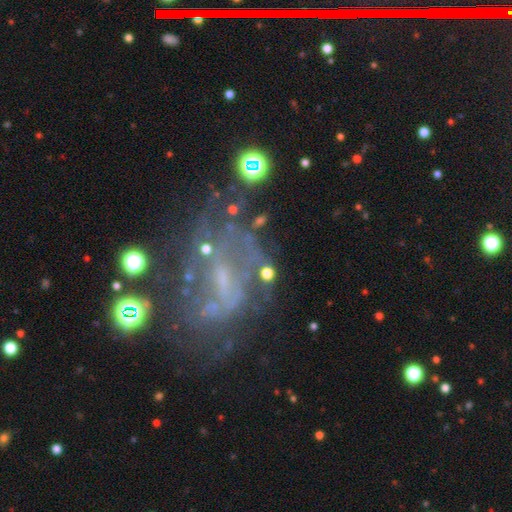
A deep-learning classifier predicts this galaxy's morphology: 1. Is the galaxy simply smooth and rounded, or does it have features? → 69% featured or disk, 17% star or artifact, 14% smooth.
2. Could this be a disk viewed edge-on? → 97% no, 3% yes.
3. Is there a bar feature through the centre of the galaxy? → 44% no, 40% weak, 17% strong.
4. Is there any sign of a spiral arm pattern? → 52% yes, 48% no.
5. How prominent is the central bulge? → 45% none, 39% small, 13% moderate, 2% large, 1% dominant.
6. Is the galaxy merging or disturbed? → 43% none, 29% major disturbance, 20% minor disturbance, 7% merger.